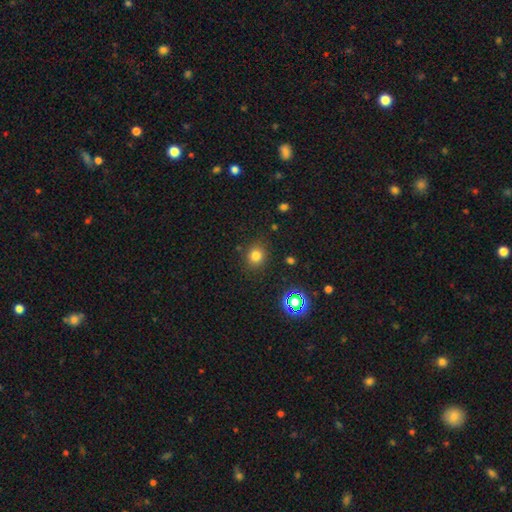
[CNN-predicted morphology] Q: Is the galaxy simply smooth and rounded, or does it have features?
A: smooth — 79%.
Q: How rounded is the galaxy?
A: round — 79%.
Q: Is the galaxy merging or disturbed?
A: none — 85%.